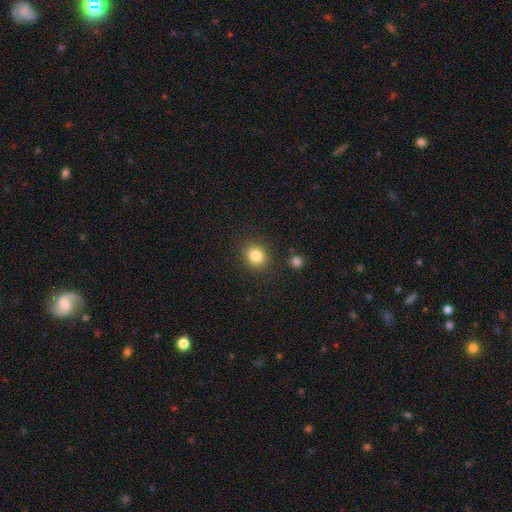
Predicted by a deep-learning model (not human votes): This is clearly a smooth galaxy (83%). How rounded: likely round (79%). Merging: clearly none (87%).